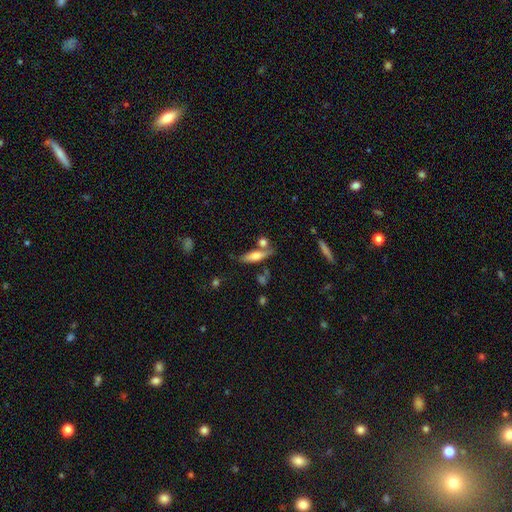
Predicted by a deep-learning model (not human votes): Q: Smooth or featured?
A: smooth (60%); runner-up: featured or disk (33%)
Q: How rounded?
A: cigar-shaped (66%); runner-up: in between (31%)
Q: Merging?
A: none (64%); runner-up: merger (17%)